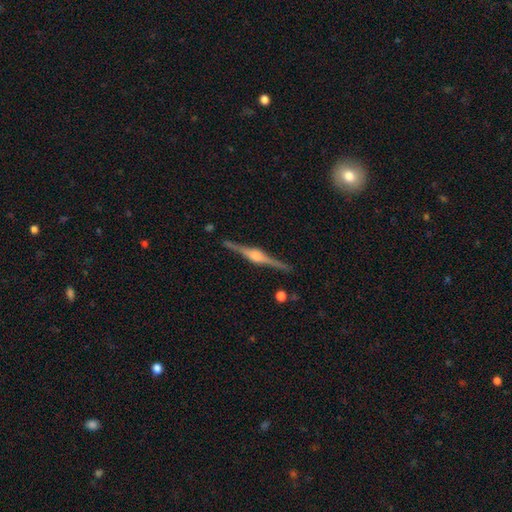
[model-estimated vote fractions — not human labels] Smooth or featured: featured or disk — 87% (smooth — 8%)
Edge-on disk: yes — 98% (no — 2%)
Edge-on bulge: rounded — 87% (boxy — 11%)
Merging: none — 90% (minor disturbance — 7%)